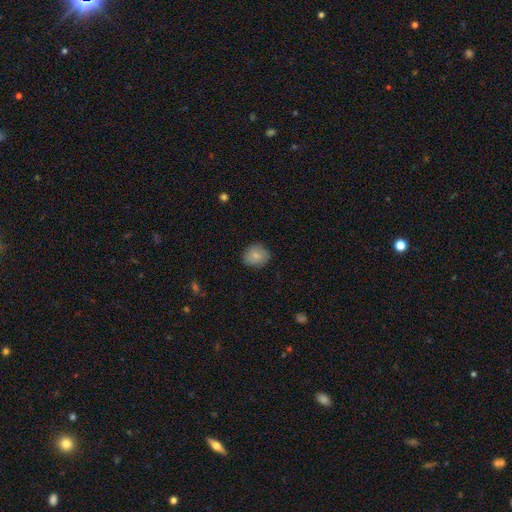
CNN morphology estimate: Smooth or featured? smooth (80%)
How rounded? round (72%)
Merging? none (83%)